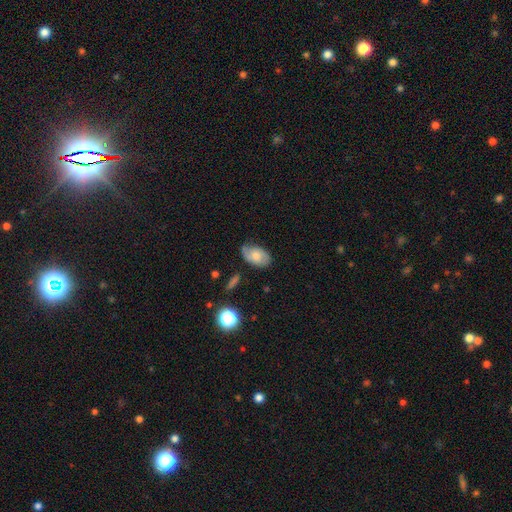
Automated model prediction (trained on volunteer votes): This appears to be a smooth galaxy with no disk features (48%). Merging: none (63%).